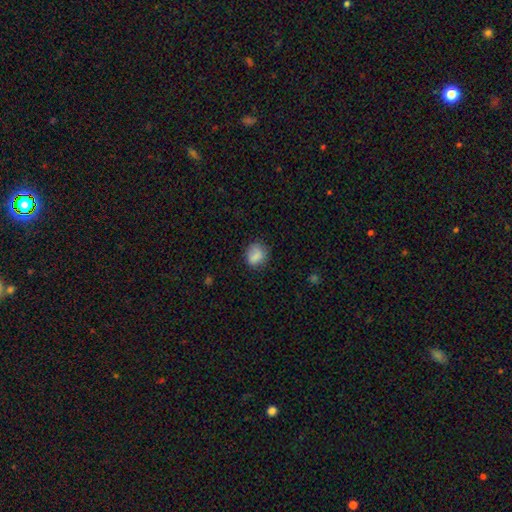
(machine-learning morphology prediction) This appears to be a smooth galaxy with no disk features (83%) that is round (62%). Merging: none (72%).